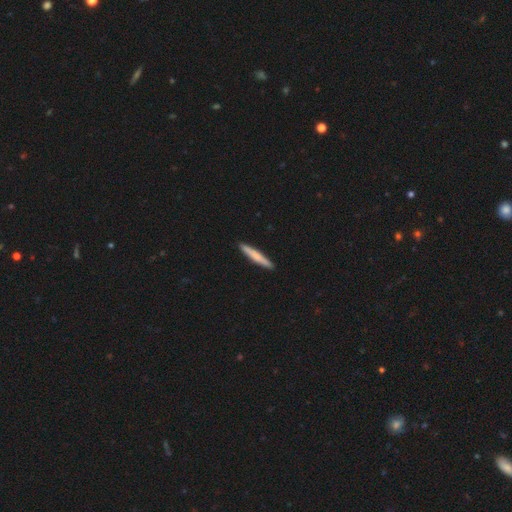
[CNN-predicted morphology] Smooth or featured? smooth (68%)
How rounded? cigar-shaped (95%)
Merging? none (92%)